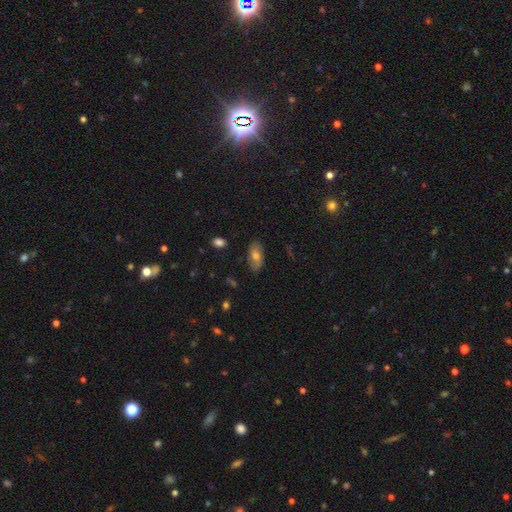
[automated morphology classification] A smooth galaxy with no disk features (69%) that is in between round and cigar-shaped (91%).

Vote fractions:
- Smooth or featured? smooth: 69% / featured or disk: 22% / star or artifact: 9%
- How rounded? in between: 91% / cigar-shaped: 5% / round: 4%
- Merging? none: 82% / minor disturbance: 13% / major disturbance: 3% / merger: 1%